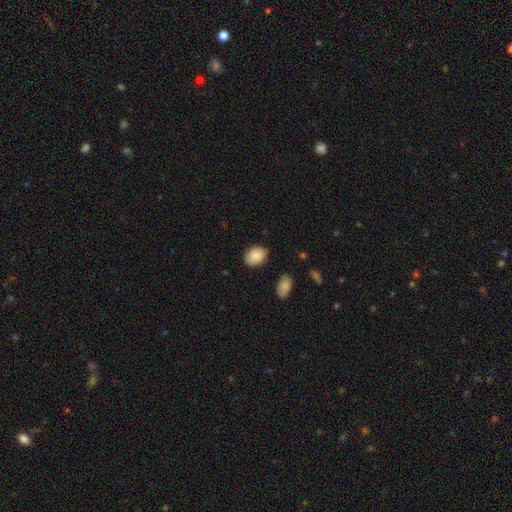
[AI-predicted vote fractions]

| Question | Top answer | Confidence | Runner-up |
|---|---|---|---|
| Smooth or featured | smooth | 87% | star or artifact (7%) |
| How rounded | in between | 75% | round (24%) |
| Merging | none | 80% | minor disturbance (16%) |